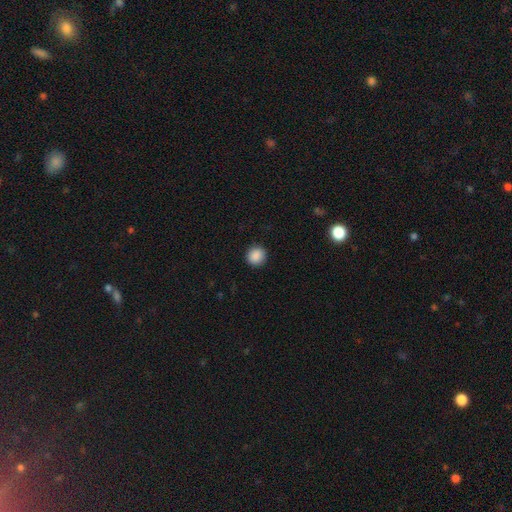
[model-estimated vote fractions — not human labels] smooth-or-featured: smooth: 89% | star or artifact: 9% | featured or disk: 2%
  how-rounded: round: 92% | in between: 7% | cigar-shaped: 1%
  merging: none: 91% | minor disturbance: 6% | major disturbance: 2% | merger: 1%